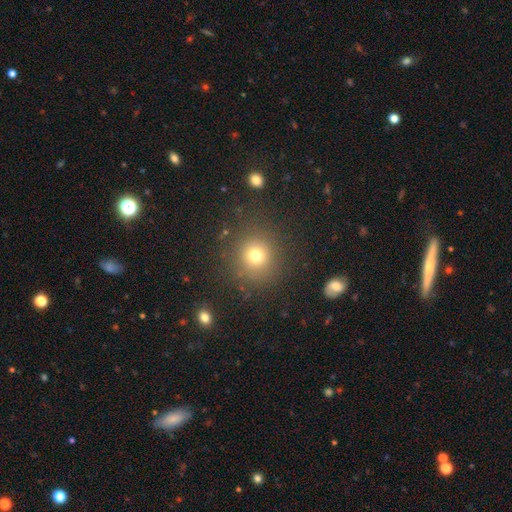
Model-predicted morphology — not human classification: smooth_or_featured: smooth (p=0.73) [alt: star or artifact p=0.17]
how_rounded: round (p=0.91) [alt: in between p=0.08]
merging: none (p=0.84) [alt: minor disturbance p=0.09]